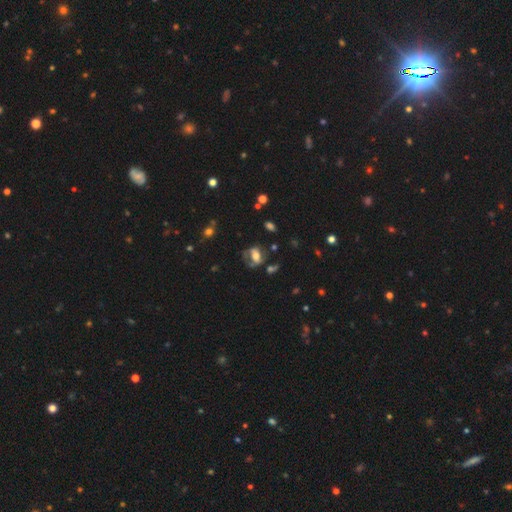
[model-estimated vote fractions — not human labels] smooth_or_featured: featured or disk (p=0.45) [alt: smooth p=0.43]
merging: none (p=0.43) [alt: major disturbance p=0.26]